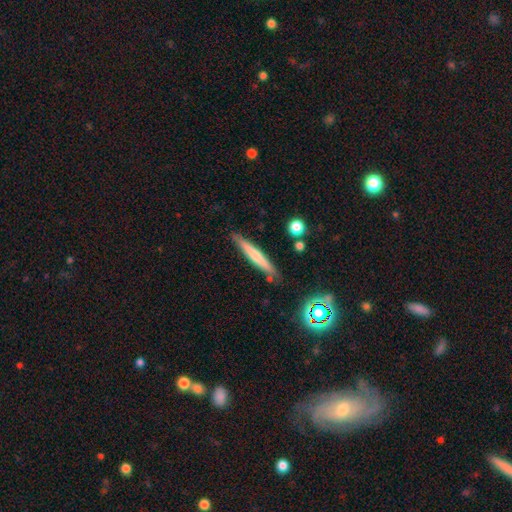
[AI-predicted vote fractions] A smooth galaxy with no disk features (58%) that is cigar-shaped (95%).

Vote fractions:
- Smooth or featured? smooth: 58% / featured or disk: 36% / star or artifact: 6%
- How rounded? cigar-shaped: 95% / in between: 4% / round: 1%
- Merging? none: 85% / minor disturbance: 11% / merger: 3% / major disturbance: 2%